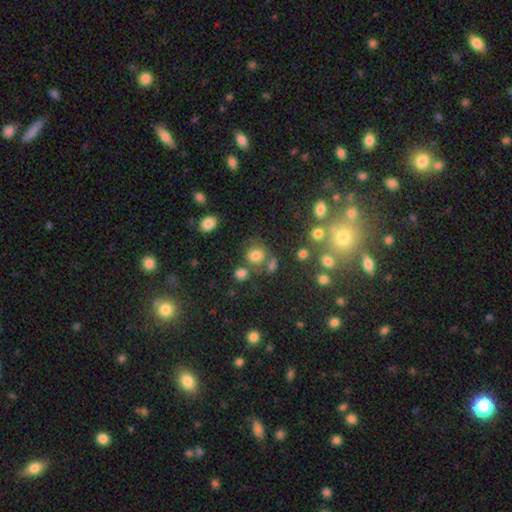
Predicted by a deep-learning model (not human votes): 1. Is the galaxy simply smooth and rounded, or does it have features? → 75% smooth, 16% star or artifact, 9% featured or disk.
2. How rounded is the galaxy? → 64% round, 35% in between, 1% cigar-shaped.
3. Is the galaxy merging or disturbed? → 56% none, 19% merger, 16% minor disturbance, 9% major disturbance.